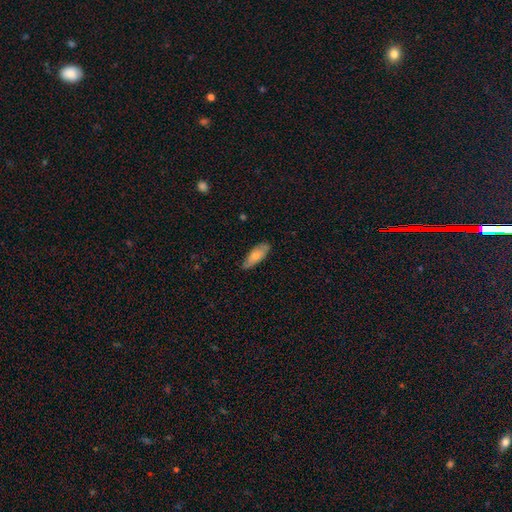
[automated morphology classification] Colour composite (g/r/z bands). It shows a smooth galaxy with no disk features (69%) that is in between round and cigar-shaped (76%). Merging: none (76%).